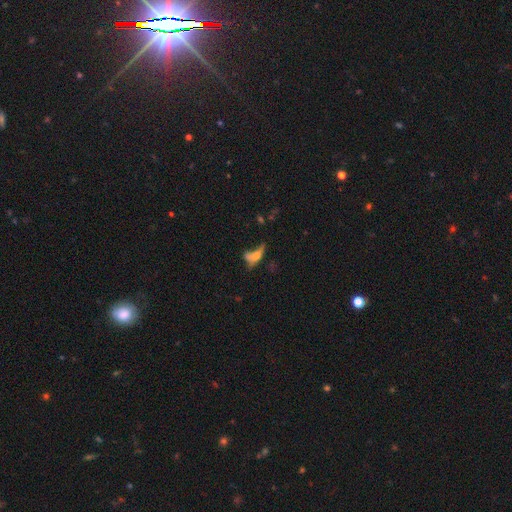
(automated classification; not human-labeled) Smooth or featured? smooth (45%)
Merging? major disturbance (29%)